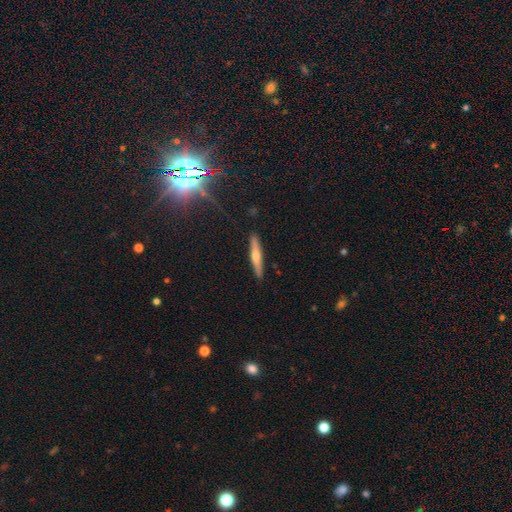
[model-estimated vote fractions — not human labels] smooth-or-featured: featured or disk: 52% | smooth: 37% | star or artifact: 10%
  disk-edge-on: yes: 94% | no: 6%
  merging: none: 90% | minor disturbance: 8% | major disturbance: 2% | merger: 1%